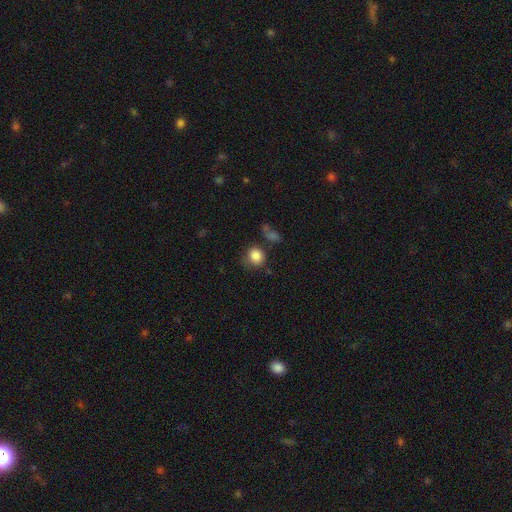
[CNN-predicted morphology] This is clearly a smooth galaxy (85%). How rounded: clearly round (81%). Merging: likely none (71%).